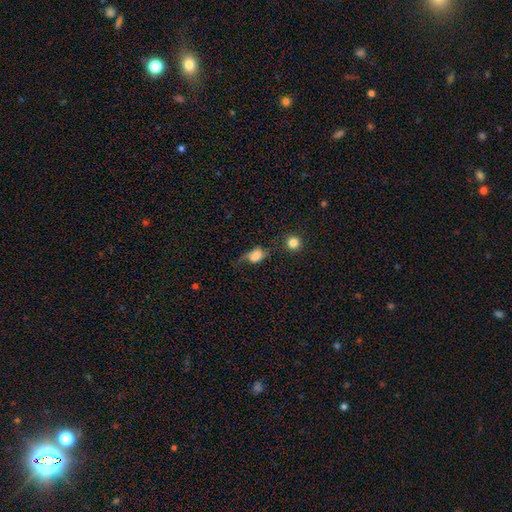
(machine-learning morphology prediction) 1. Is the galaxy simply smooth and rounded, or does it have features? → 66% smooth, 23% featured or disk, 11% star or artifact.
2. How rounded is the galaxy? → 67% in between, 31% round, 3% cigar-shaped.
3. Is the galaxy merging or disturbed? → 33% major disturbance, 30% none, 29% minor disturbance, 8% merger.